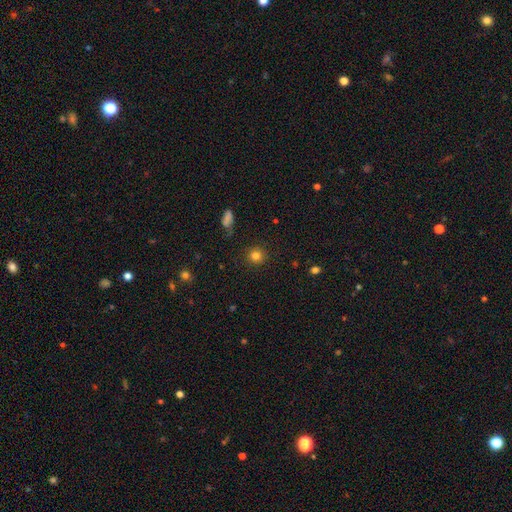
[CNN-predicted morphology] Q: Smooth or featured?
A: smooth (82%); runner-up: star or artifact (13%)
Q: How rounded?
A: round (91%); runner-up: in between (8%)
Q: Merging?
A: none (89%); runner-up: minor disturbance (7%)